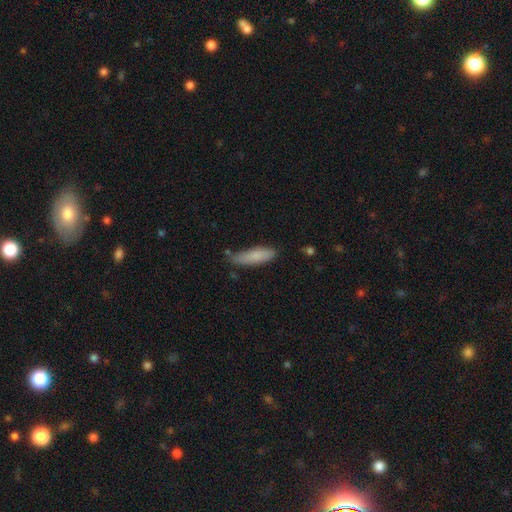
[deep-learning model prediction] A smooth galaxy with no disk features (83%) that is cigar-shaped (62%). Merging: none (67%).